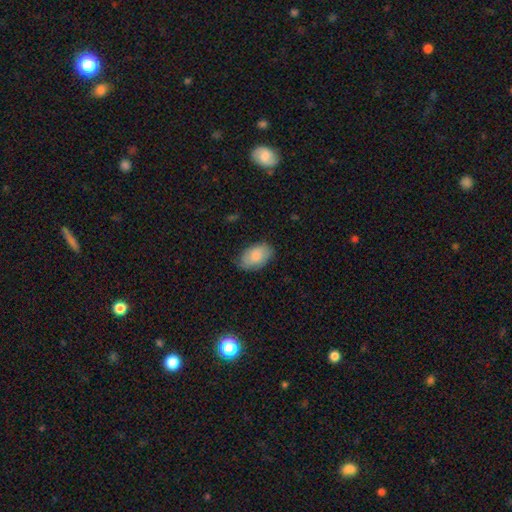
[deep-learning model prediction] This is likely a smooth galaxy (79%). How rounded: clearly in between (91%). Merging: likely none (73%).